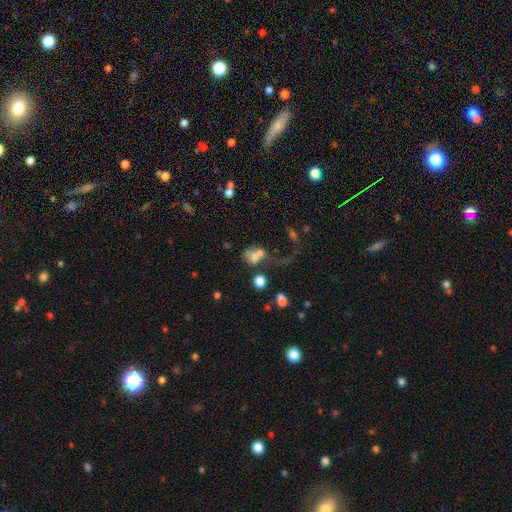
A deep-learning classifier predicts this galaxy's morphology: Smooth or featured? smooth (57%)
How rounded? round (53%)
Merging? merger (54%)